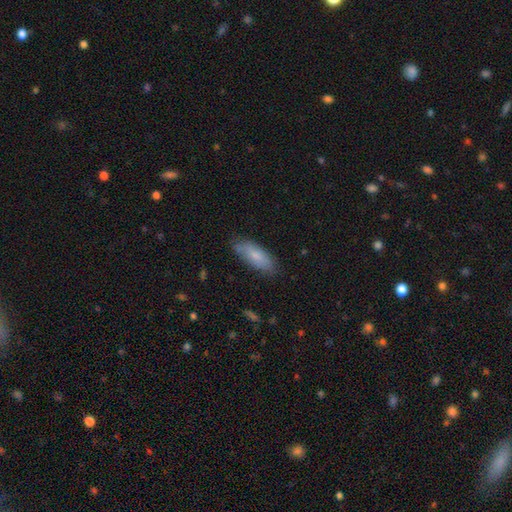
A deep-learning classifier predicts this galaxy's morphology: Smooth or featured?
  - smooth: 77% *
  - featured or disk: 17%
  - star or artifact: 6%
How rounded?
  - in between: 71% *
  - cigar-shaped: 27%
  - round: 2%
Merging?
  - none: 77% *
  - minor disturbance: 18%
  - major disturbance: 3%
  - merger: 2%